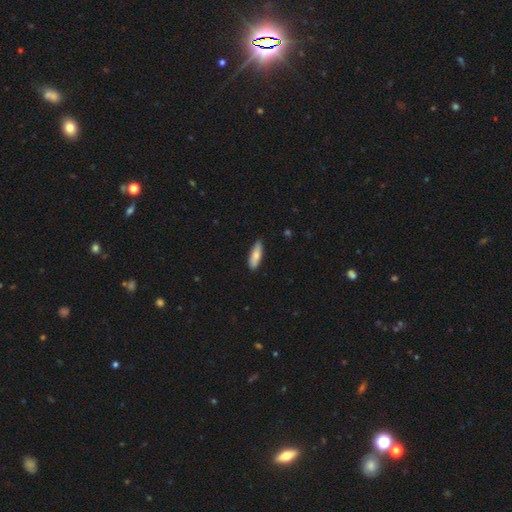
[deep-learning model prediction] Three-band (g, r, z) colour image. It shows a smooth galaxy with no disk features (84%) that is in between round and cigar-shaped (52%). Merging: none (85%).